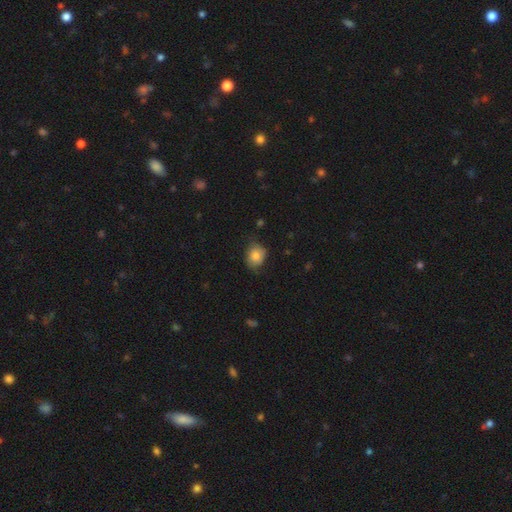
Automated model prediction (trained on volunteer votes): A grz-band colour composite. It shows a smooth galaxy with no disk features (80%) that is round (60%). Merging: none (68%).